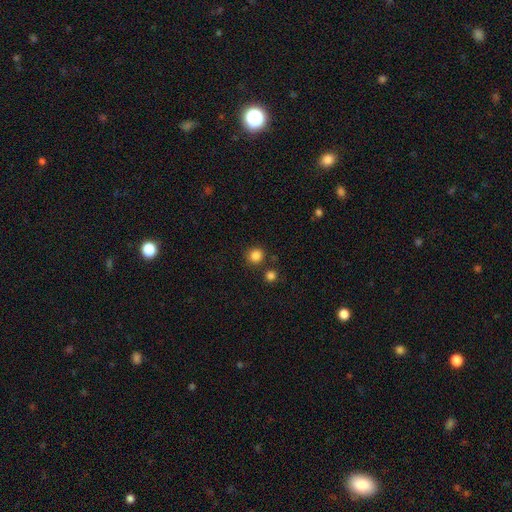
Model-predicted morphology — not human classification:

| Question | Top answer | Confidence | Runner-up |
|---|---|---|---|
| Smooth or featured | smooth | 84% | star or artifact (12%) |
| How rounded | round | 91% | in between (8%) |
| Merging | none | 82% | merger (8%) |